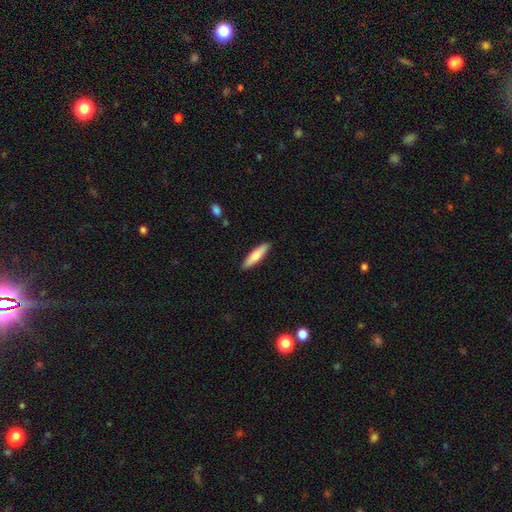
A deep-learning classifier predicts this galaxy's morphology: A smooth galaxy with no disk features (73%) that is cigar-shaped (74%). Merging: none (90%).